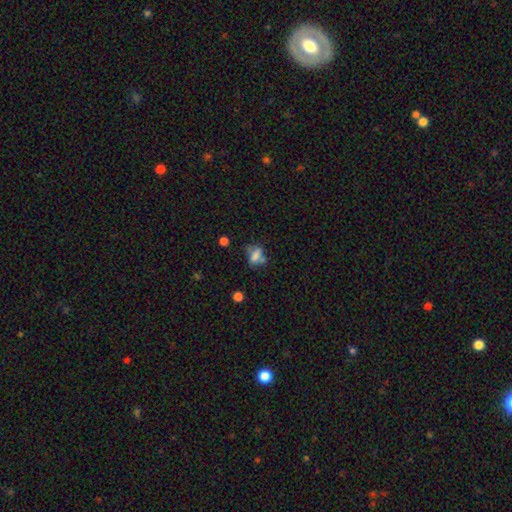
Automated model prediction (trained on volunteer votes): A smooth galaxy with no disk features (65%) that is in between round and cigar-shaped (70%).

Vote fractions:
- Smooth or featured? smooth: 65% / featured or disk: 21% / star or artifact: 14%
- How rounded? in between: 70% / round: 20% / cigar-shaped: 10%
- Merging? none: 46% / minor disturbance: 24% / major disturbance: 15% / merger: 15%